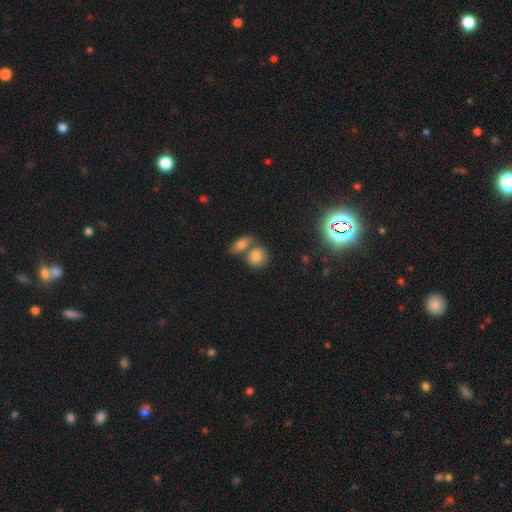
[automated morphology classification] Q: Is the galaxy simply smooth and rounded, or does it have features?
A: smooth — 80%.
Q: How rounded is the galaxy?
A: round — 60%.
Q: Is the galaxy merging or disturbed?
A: none — 50%.